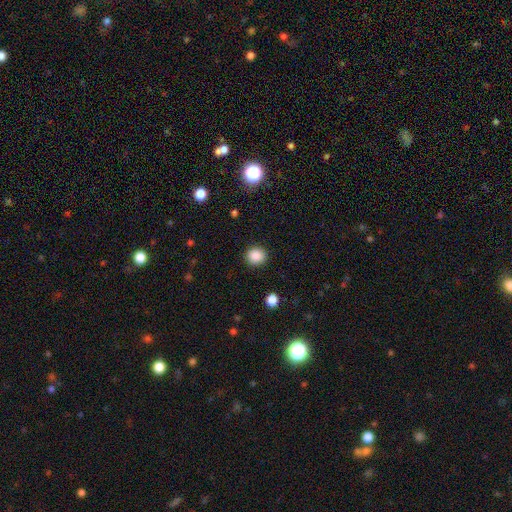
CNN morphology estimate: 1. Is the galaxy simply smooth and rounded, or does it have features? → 87% smooth, 10% star or artifact, 3% featured or disk.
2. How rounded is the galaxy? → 83% round, 16% in between, 1% cigar-shaped.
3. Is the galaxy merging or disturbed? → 90% none, 6% minor disturbance, 2% major disturbance, 1% merger.